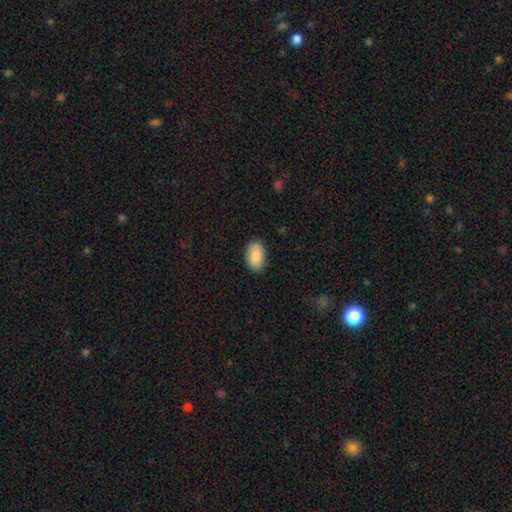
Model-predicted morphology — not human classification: Smooth or featured? smooth (88%)
How rounded? in between (91%)
Merging? none (84%)